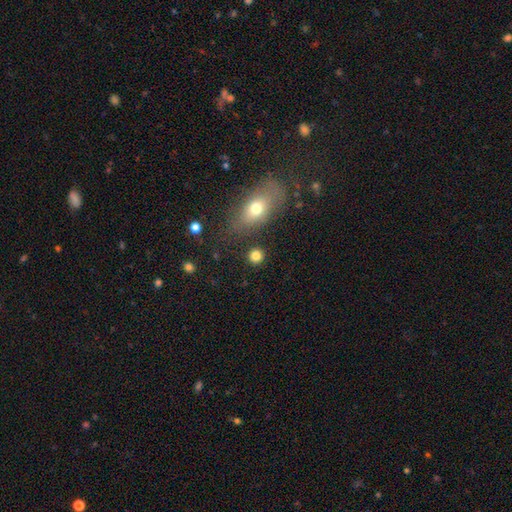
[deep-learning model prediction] Smooth or featured? smooth (84%)
How rounded? round (89%)
Merging? none (86%)